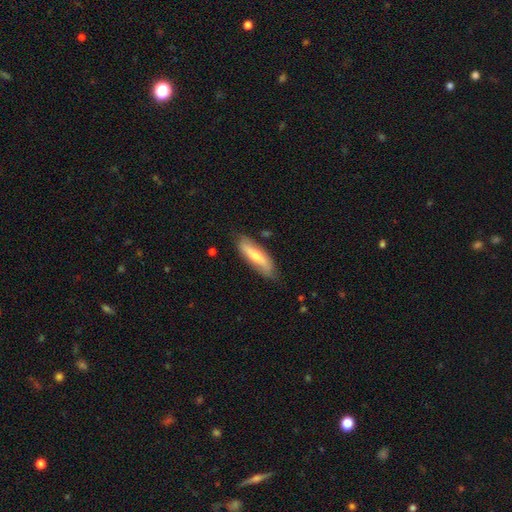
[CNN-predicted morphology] Overall: smooth (55%; featured or disk 39%). How rounded: cigar-shaped (54%; in between 43%). Merging: none (76%).